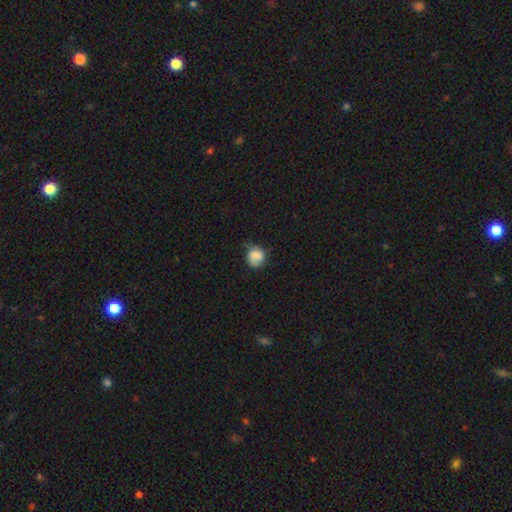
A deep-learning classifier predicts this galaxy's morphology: A smooth galaxy with no disk features (66%) that is round (72%). Merging: none (52%).